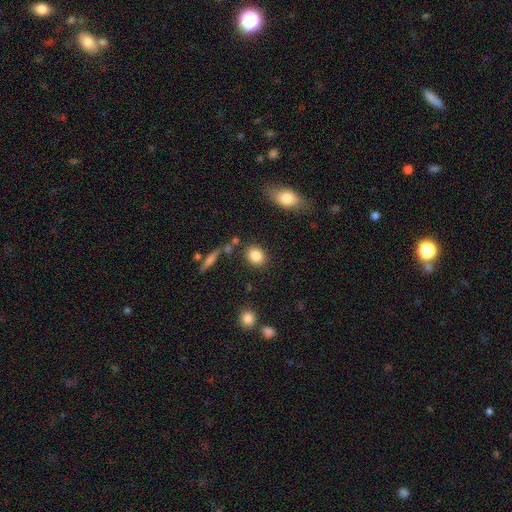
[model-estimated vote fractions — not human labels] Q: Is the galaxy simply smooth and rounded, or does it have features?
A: smooth — 85%.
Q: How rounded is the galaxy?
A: round — 52%.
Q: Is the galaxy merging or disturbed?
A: none — 81%.